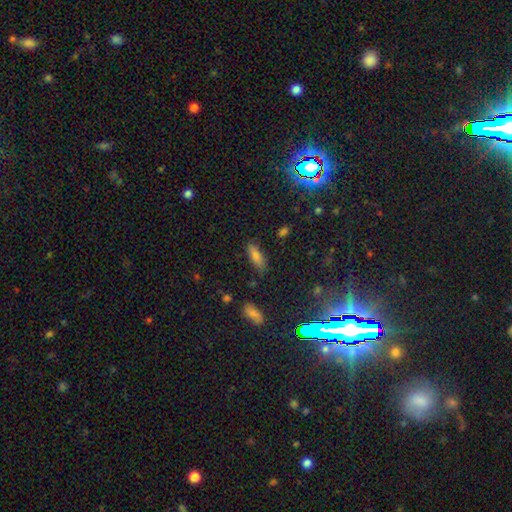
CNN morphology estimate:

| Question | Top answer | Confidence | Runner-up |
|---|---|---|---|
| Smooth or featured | smooth | 77% | star or artifact (13%) |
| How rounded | in between | 64% | cigar-shaped (33%) |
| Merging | none | 77% | minor disturbance (16%) |